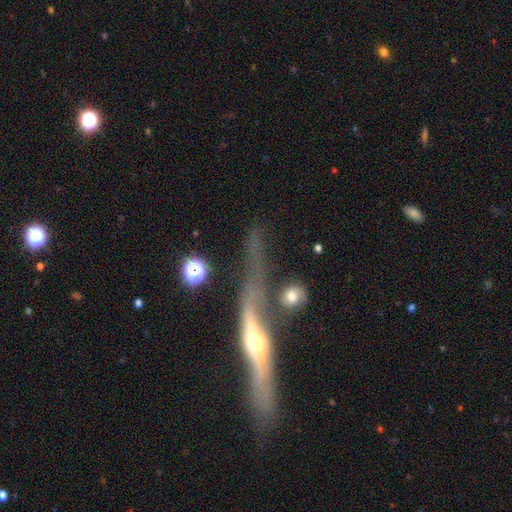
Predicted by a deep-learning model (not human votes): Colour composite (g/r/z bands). It shows a featured or disk galaxy (78%) viewed edge-on (83%) with a rounded central bulge (86%). Merging: none (54%).